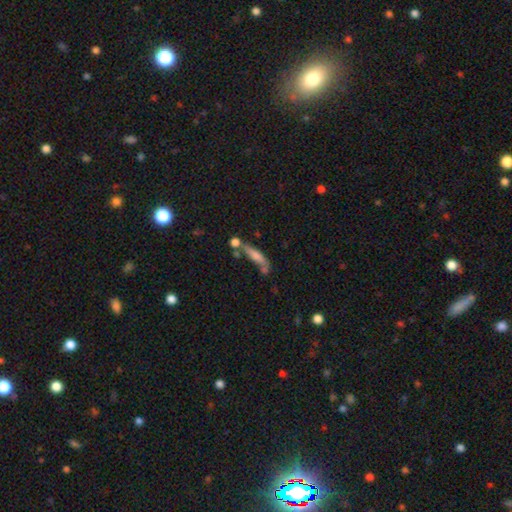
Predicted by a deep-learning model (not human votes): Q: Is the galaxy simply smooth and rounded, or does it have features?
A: smooth — 56%.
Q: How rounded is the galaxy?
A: cigar-shaped — 77%.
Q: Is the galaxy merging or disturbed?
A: none — 51%.